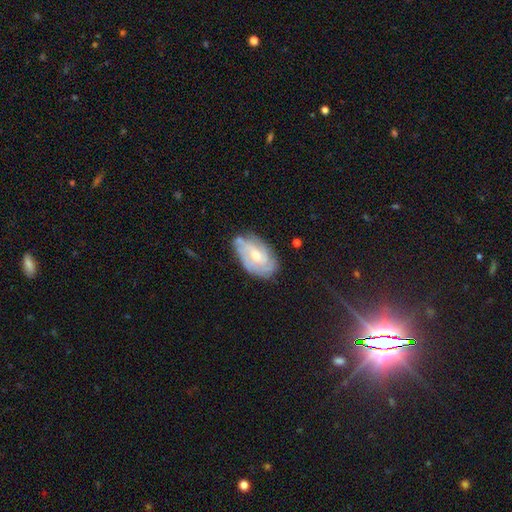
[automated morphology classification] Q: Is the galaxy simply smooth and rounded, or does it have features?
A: featured or disk — 74%.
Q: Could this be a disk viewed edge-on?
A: no — 96%.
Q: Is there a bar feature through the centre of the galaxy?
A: no — 57%.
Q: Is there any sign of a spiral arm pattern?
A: yes — 90%.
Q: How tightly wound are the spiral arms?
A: tight — 62%.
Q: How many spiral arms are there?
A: can't tell — 42%.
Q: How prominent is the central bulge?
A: moderate — 52%.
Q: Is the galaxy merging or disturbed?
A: none — 69%.